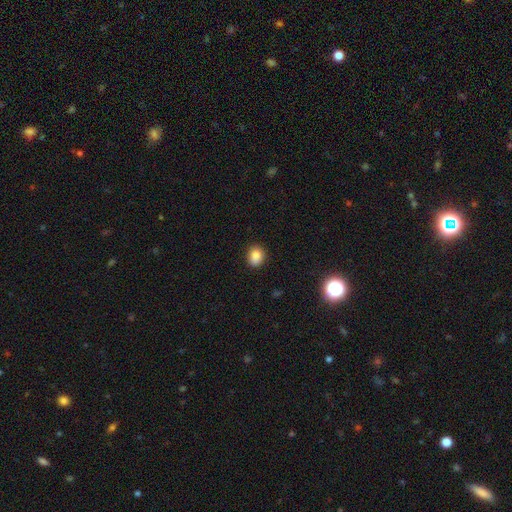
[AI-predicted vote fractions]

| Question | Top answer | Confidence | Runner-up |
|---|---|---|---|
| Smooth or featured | smooth | 86% | star or artifact (10%) |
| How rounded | round | 60% | in between (39%) |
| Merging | none | 88% | minor disturbance (9%) |